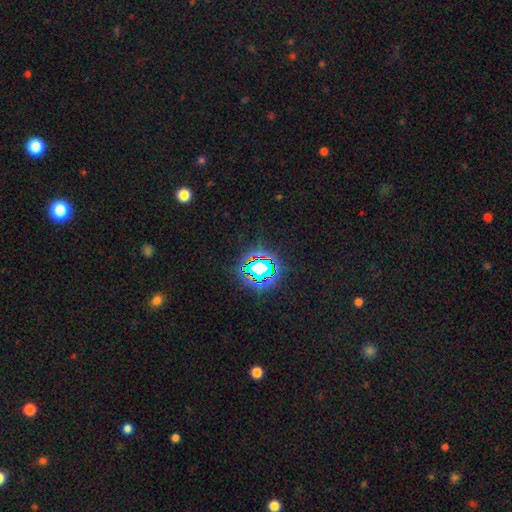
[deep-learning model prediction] This appears to be a star or artifact, not a galaxy (78%).